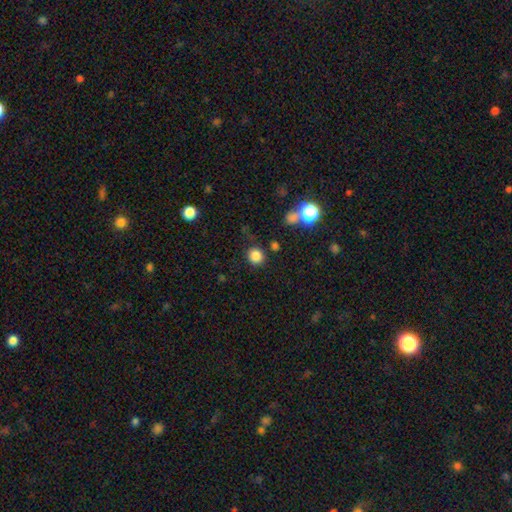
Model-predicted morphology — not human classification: The model was most divided on "smooth or featured": smooth: 83%, star or artifact: 13%, featured or disk: 4%. More confident: how rounded — round (89%); merging — none (84%).